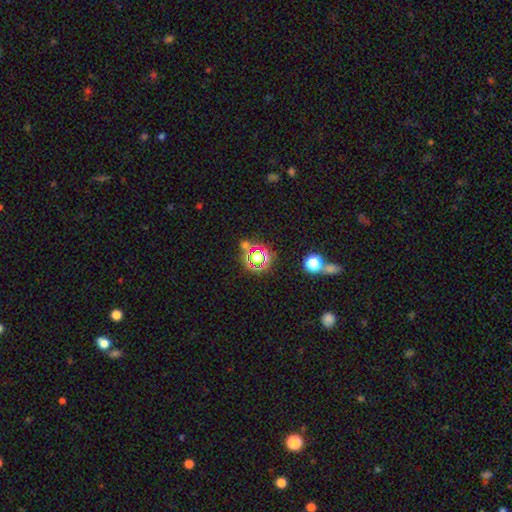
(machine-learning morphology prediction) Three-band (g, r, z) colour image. It shows a star or artifact, not a galaxy (69%).